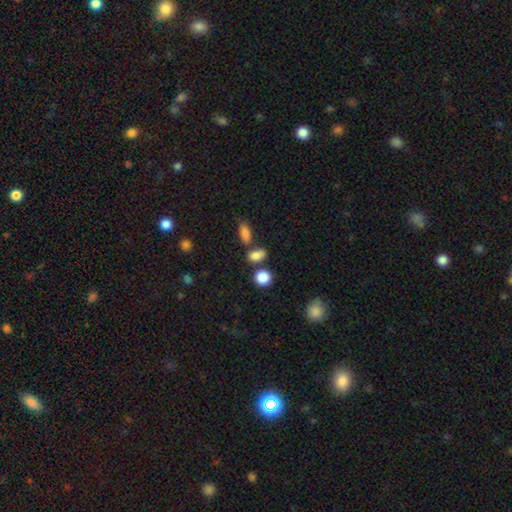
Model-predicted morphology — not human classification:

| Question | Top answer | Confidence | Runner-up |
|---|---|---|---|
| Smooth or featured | smooth | 83% | star or artifact (11%) |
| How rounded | in between | 63% | round (32%) |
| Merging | none | 59% | merger (22%) |